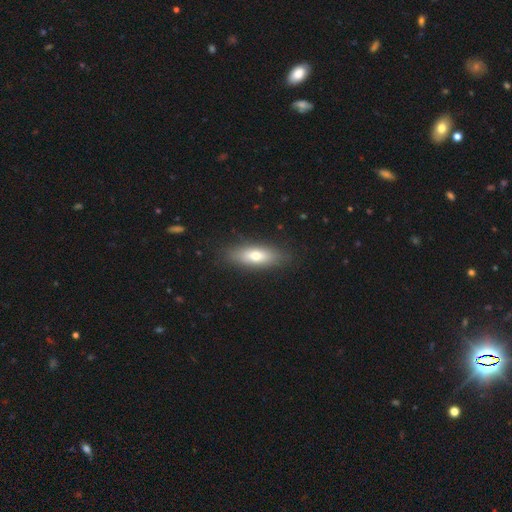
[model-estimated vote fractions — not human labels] Smooth or featured: smooth — 69% (featured or disk — 25%)
How rounded: in between — 66% (cigar-shaped — 31%)
Merging: none — 86% (minor disturbance — 10%)